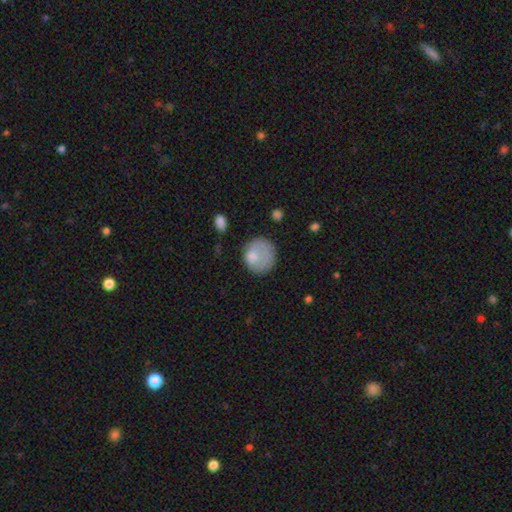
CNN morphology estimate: smooth-or-featured: smooth: 74% | featured or disk: 18% | star or artifact: 8%
  how-rounded: round: 76% | in between: 23% | cigar-shaped: 1%
  merging: none: 52% | minor disturbance: 24% | major disturbance: 20% | merger: 4%